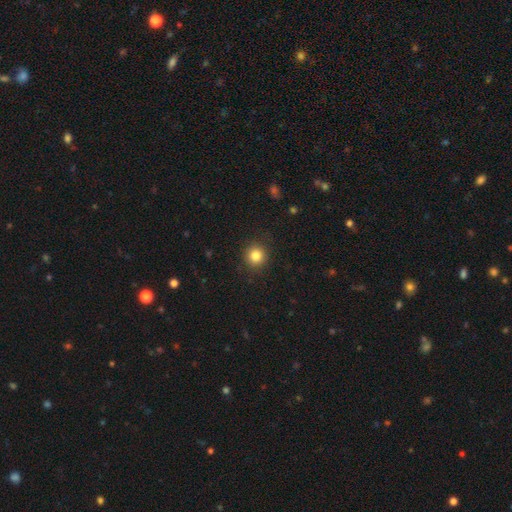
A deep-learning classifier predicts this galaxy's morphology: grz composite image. It shows a smooth galaxy with no disk features (83%) that is round (93%). Merging: none (91%).